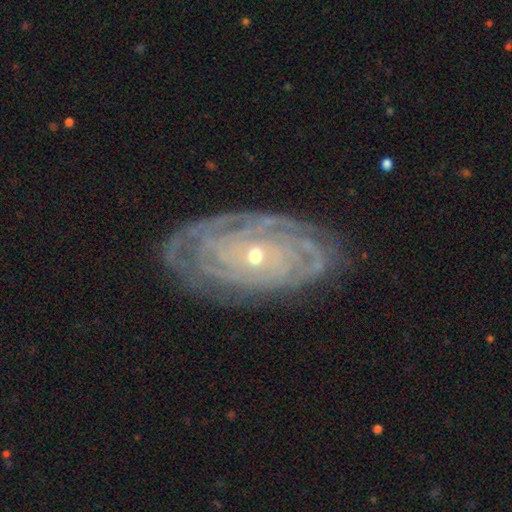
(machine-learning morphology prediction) The model was most divided on "spiral arm count": can't tell: 33%, 4: 17%, 3: 15%, more than 4: 15%, 2: 14%, 1: 6%. More confident: spiral arms — yes (95%); edge-on disk — no (94%); smooth or featured — featured or disk (87%); spiral winding — tight (85%); bar — no (80%); merging — none (77%); bulge size — small (65%).